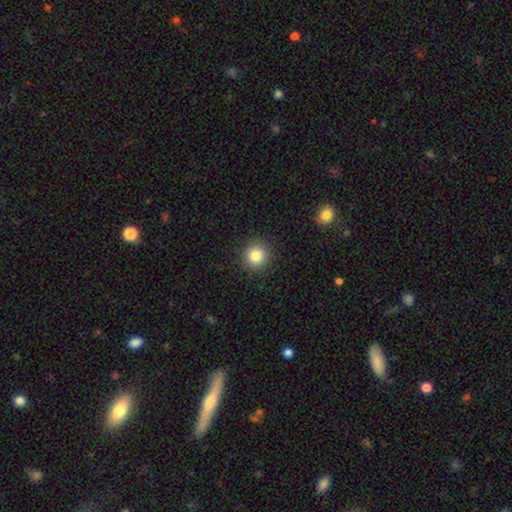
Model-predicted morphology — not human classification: Smooth or featured? Predicted: smooth (p=0.83). How rounded? Predicted: round (p=0.93). Merging? Predicted: none (p=0.91).